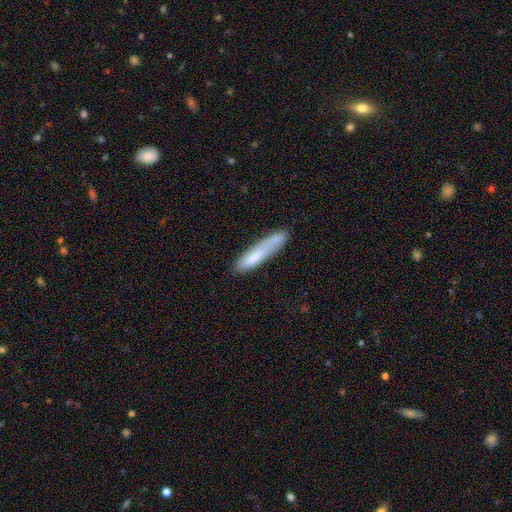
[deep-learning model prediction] Smooth or featured?
  - smooth: 76% *
  - featured or disk: 18%
  - star or artifact: 6%
How rounded?
  - cigar-shaped: 87% *
  - in between: 12%
  - round: 1%
Merging?
  - none: 61% *
  - minor disturbance: 24%
  - merger: 8%
  - major disturbance: 7%